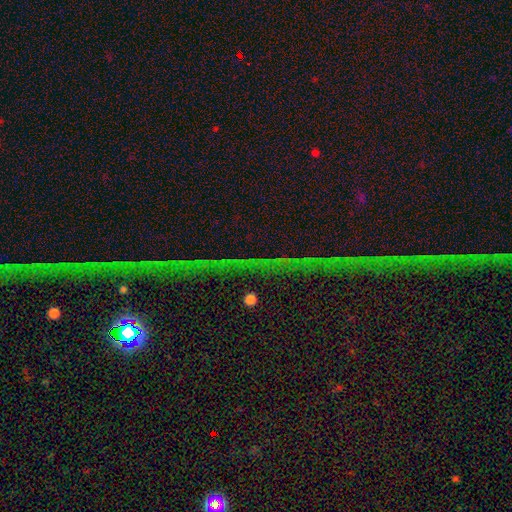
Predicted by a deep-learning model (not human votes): Overall: star or artifact (75%).